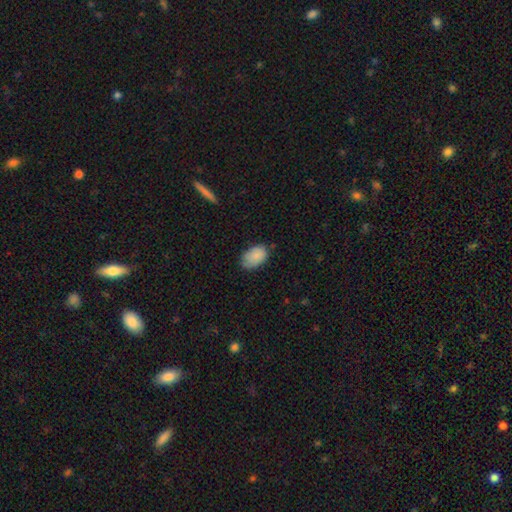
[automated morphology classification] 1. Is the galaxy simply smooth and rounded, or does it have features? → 87% smooth, 7% star or artifact, 6% featured or disk.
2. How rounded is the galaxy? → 90% in between, 8% round, 1% cigar-shaped.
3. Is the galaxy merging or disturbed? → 67% none, 27% minor disturbance, 5% major disturbance, 2% merger.